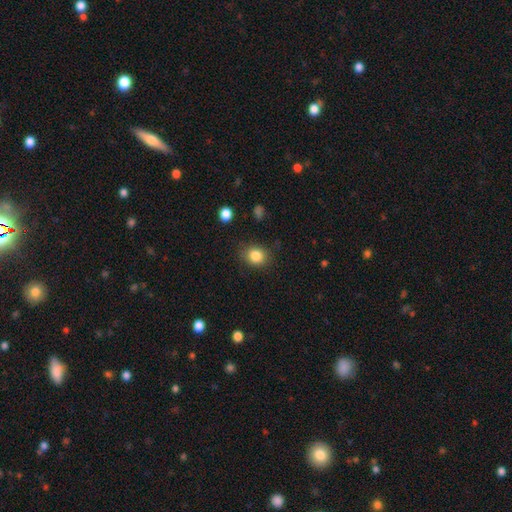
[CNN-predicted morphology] type=smooth (84%); roundness=round (66%); merging=none (82%).